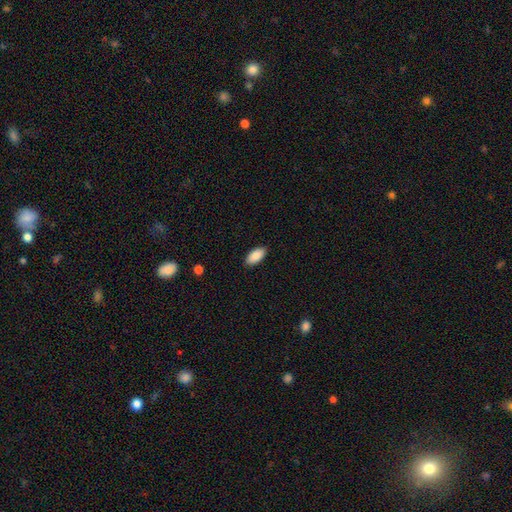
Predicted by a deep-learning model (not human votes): Smooth or featured? smooth (88%)
How rounded? in between (93%)
Merging? none (89%)